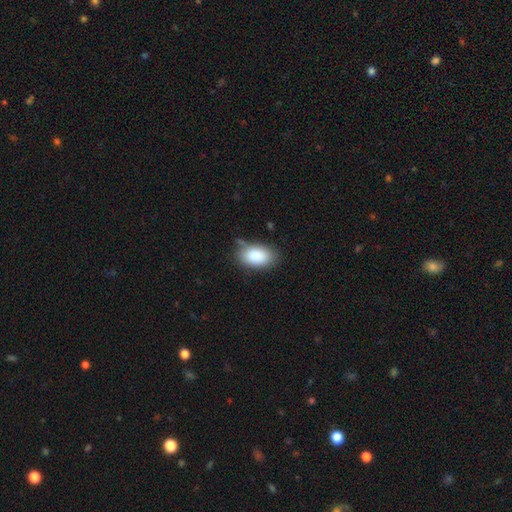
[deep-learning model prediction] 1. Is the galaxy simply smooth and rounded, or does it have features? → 86% smooth, 7% star or artifact, 7% featured or disk.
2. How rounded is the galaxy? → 92% in between, 7% round, 2% cigar-shaped.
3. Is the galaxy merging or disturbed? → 69% none, 22% minor disturbance, 5% major disturbance, 3% merger.